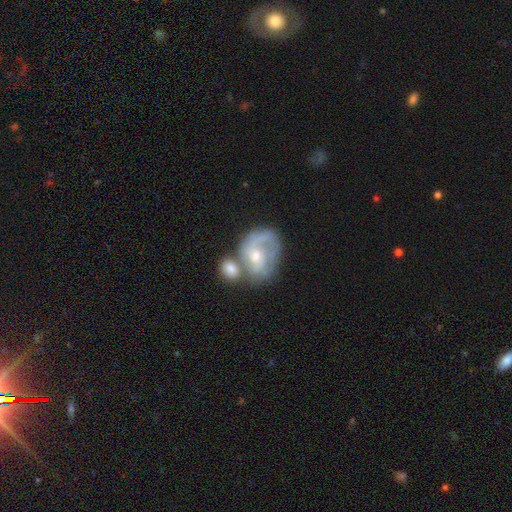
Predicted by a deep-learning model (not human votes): Smooth or featured?
  - featured or disk: 60% *
  - smooth: 31%
  - star or artifact: 9%
Edge-on disk?
  - no: 96% *
  - yes: 4%
Bar?
  - no: 57% *
  - weak: 33%
  - strong: 10%
Spiral arms?
  - yes: 65% *
  - no: 35%
Bulge size?
  - moderate: 53% *
  - small: 41%
  - large: 3%
  - none: 2%
  - dominant: 1%
Merging?
  - merger: 48% *
  - none: 28%
  - minor disturbance: 14%
  - major disturbance: 10%